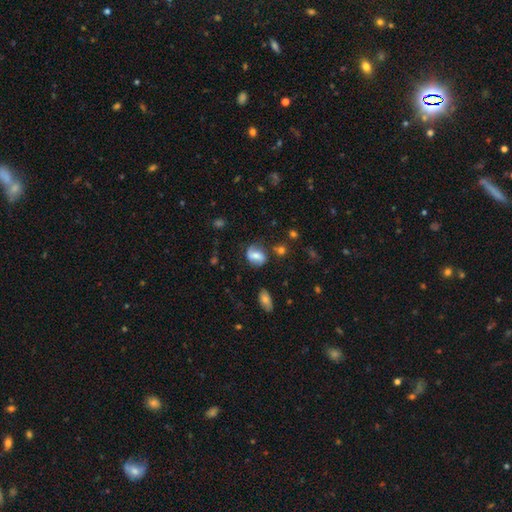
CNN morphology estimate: Smooth or featured? Predicted: featured or disk (p=0.52). Edge-on disk? Predicted: no (p=0.96). Merging? Predicted: none (p=0.66).